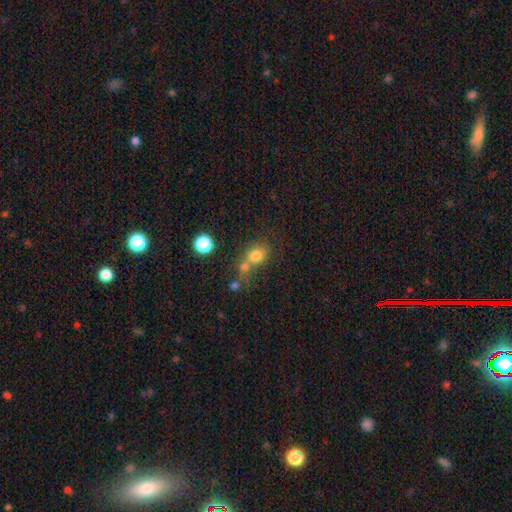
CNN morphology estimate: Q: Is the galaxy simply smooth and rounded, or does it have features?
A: smooth — 76%.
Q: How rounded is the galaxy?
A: round — 63%.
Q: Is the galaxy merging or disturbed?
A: none — 43%.